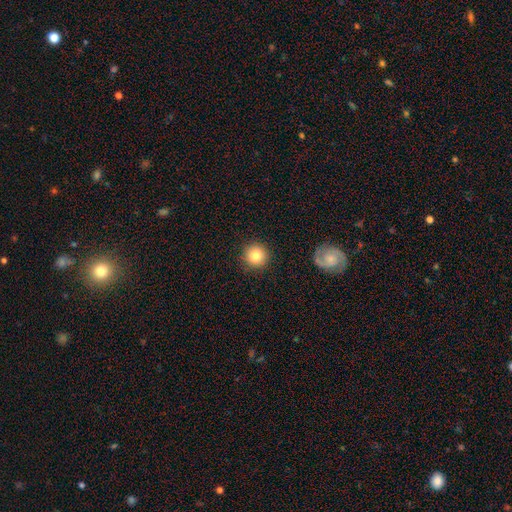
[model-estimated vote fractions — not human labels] Overall: smooth (81%). How rounded: round (95%). Merging: none (90%).